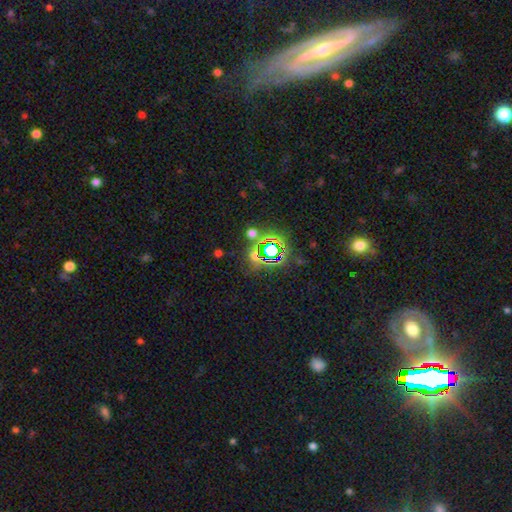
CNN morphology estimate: Smooth or featured? star or artifact (68%)